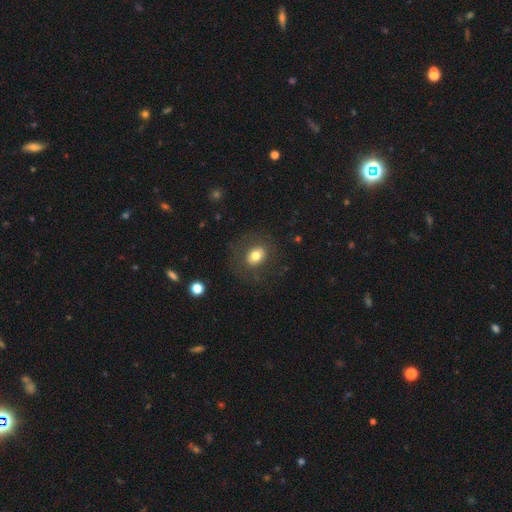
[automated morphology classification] A smooth galaxy with no disk features (74%) that is round (56%).

Vote fractions:
- Smooth or featured? smooth: 74% / featured or disk: 15% / star or artifact: 11%
- How rounded? round: 56% / in between: 43% / cigar-shaped: 1%
- Merging? none: 77% / minor disturbance: 13% / major disturbance: 9% / merger: 1%